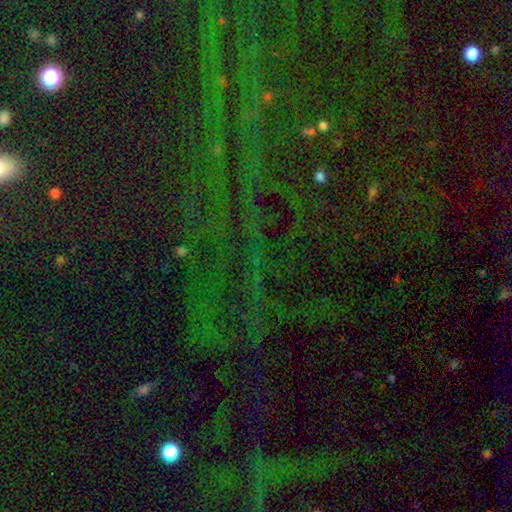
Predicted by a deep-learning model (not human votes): smooth-or-featured: star or artifact: 80% | smooth: 11% | featured or disk: 9%